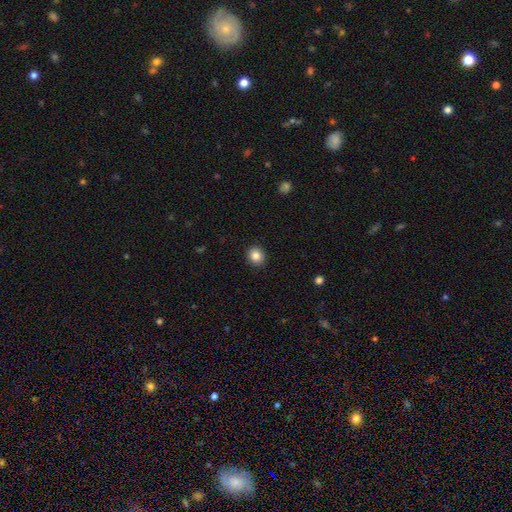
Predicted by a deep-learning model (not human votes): smooth-or-featured: smooth: 84% | star or artifact: 10% | featured or disk: 6%
  how-rounded: round: 82% | in between: 17% | cigar-shaped: 1%
  merging: none: 92% | minor disturbance: 5% | major disturbance: 2% | merger: 1%